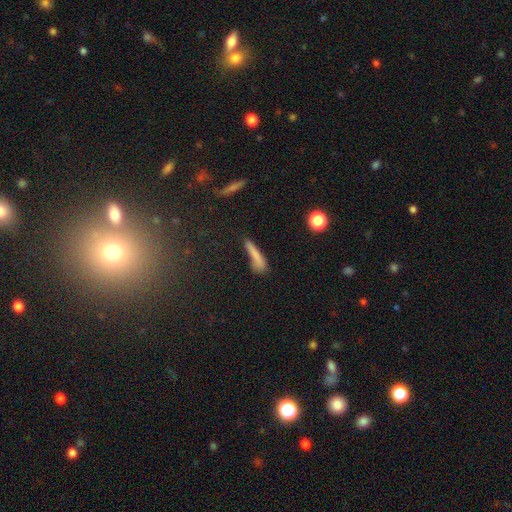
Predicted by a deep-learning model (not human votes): A smooth galaxy with no disk features (75%) that is cigar-shaped (88%).

Vote fractions:
- Smooth or featured? smooth: 75% / featured or disk: 14% / star or artifact: 11%
- How rounded? cigar-shaped: 88% / in between: 9% / round: 3%
- Merging? none: 61% / minor disturbance: 23% / major disturbance: 9% / merger: 6%